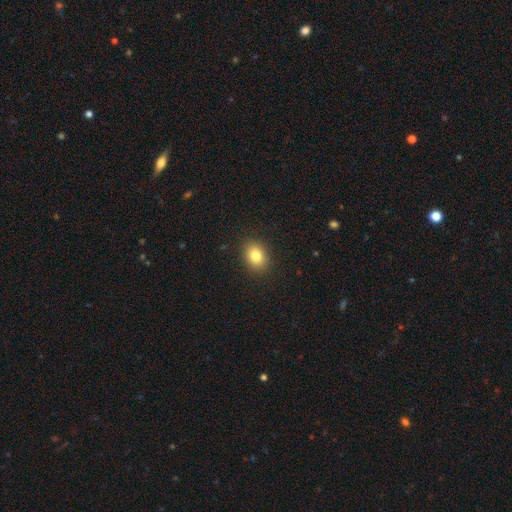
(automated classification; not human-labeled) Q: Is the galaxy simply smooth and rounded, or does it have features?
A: smooth — 82%.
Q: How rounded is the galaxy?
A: in between — 58%.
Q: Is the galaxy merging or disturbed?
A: none — 89%.